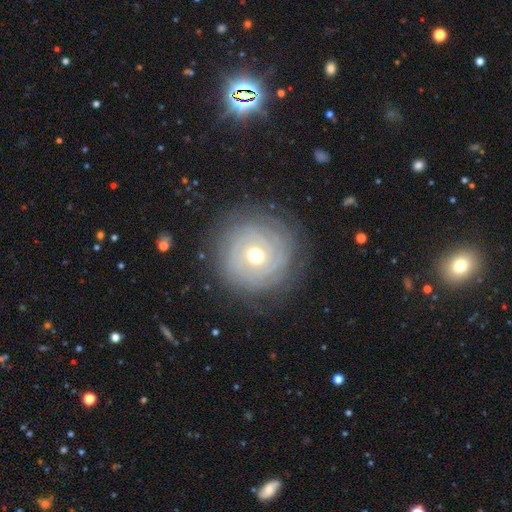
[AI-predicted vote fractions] Smooth or featured? Predicted: featured or disk (p=0.82). Edge-on disk? Predicted: no (p=0.97). Bar? Predicted: no (p=0.67). Spiral arms? Predicted: yes (p=0.94). Spiral winding? Predicted: tight (p=0.89). Spiral arm count? Predicted: can't tell (p=0.37). Bulge size? Predicted: moderate (p=0.68). Merging? Predicted: none (p=0.81).